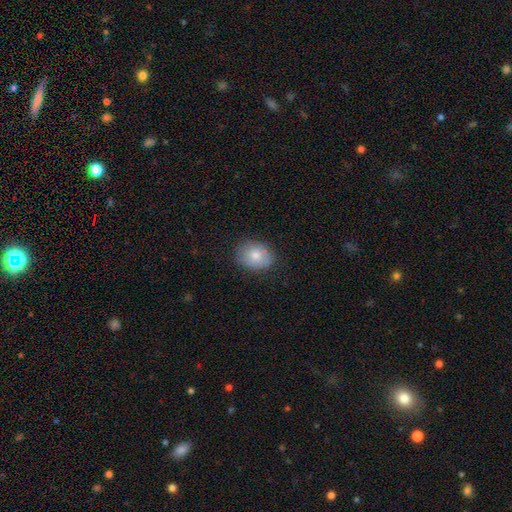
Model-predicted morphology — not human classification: Smooth or featured: smooth — 79% (featured or disk — 13%)
How rounded: in between — 54% (round — 45%)
Merging: none — 80% (minor disturbance — 15%)